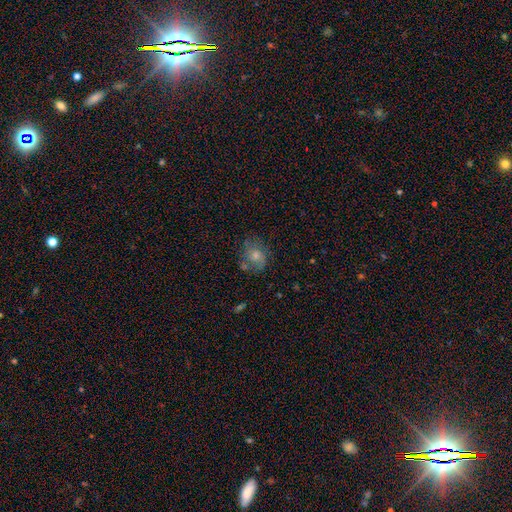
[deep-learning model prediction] smooth-or-featured: smooth: 61% | featured or disk: 29% | star or artifact: 10%
  how-rounded: round: 63% | in between: 36% | cigar-shaped: 1%
  merging: none: 57% | minor disturbance: 24% | major disturbance: 11% | merger: 8%